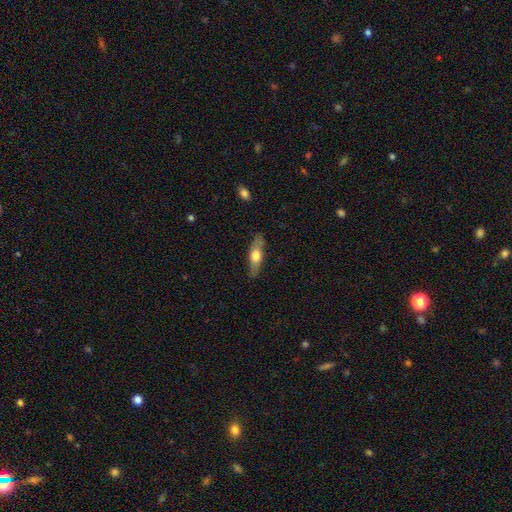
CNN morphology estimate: Smooth or featured? smooth (54%)
How rounded? cigar-shaped (58%)
Merging? none (81%)